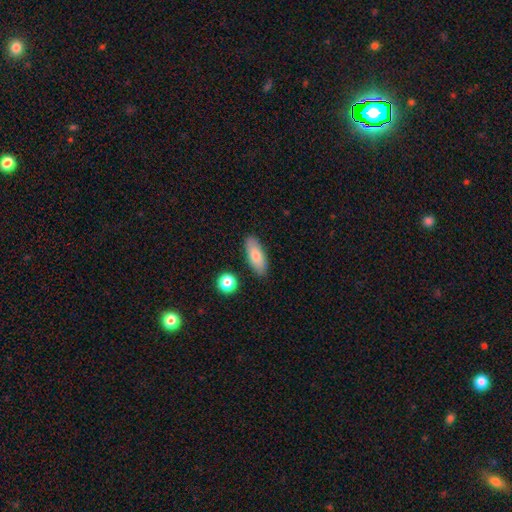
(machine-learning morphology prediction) Smooth or featured? smooth (78%)
How rounded? in between (79%)
Merging? none (85%)